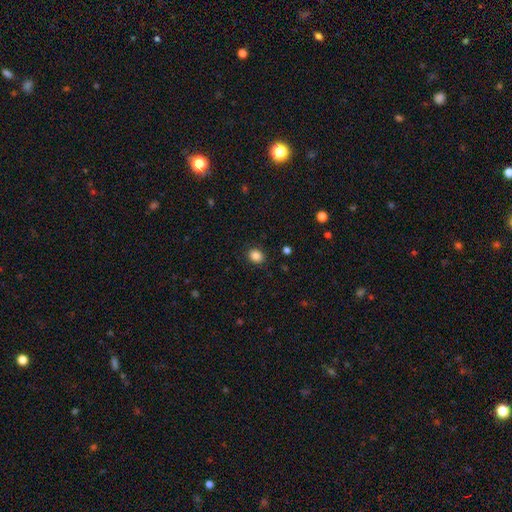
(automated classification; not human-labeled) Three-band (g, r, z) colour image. It shows a smooth galaxy with no disk features (86%) that is round (59%). Merging: none (89%).